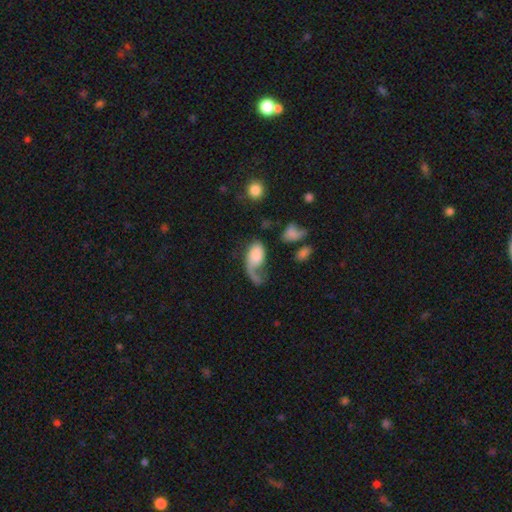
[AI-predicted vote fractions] Smooth or featured? smooth (48%)
Merging? major disturbance (50%)